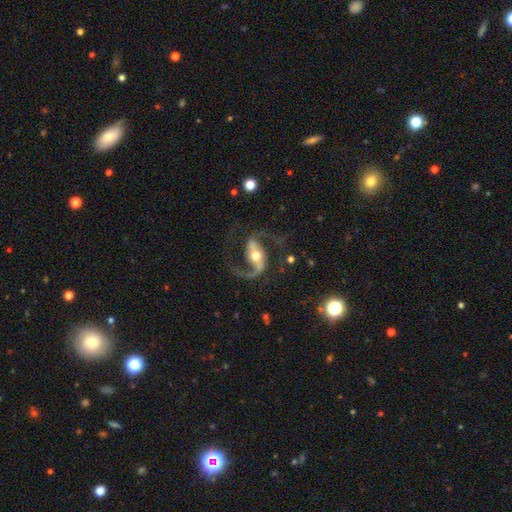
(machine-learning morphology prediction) Smooth or featured? Predicted: featured or disk (p=0.91). Edge-on disk? Predicted: no (p=0.97). Bar? Predicted: strong (p=0.50). Spiral arms? Predicted: yes (p=0.97). Spiral winding? Predicted: loose (p=0.50). Spiral arm count? Predicted: 2 (p=0.92). Bulge size? Predicted: moderate (p=0.68). Merging? Predicted: none (p=0.72).